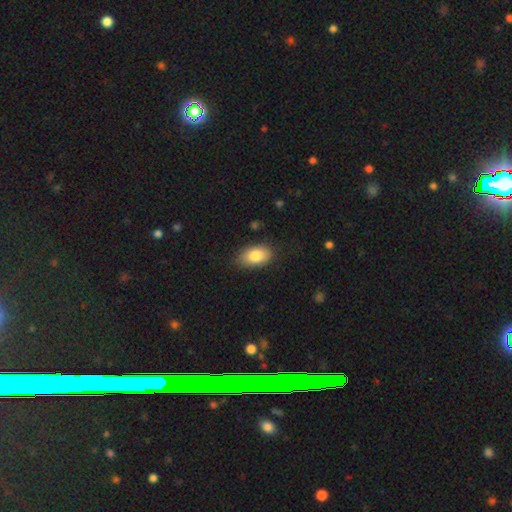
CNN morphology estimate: This appears to be a smooth galaxy with no disk features (83%) that is in between round and cigar-shaped (91%). Merging: none (81%).